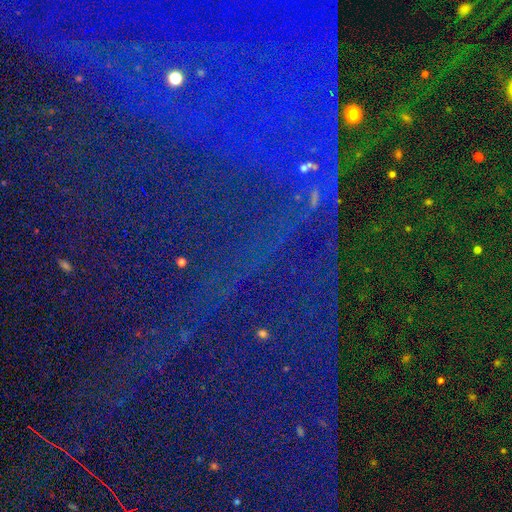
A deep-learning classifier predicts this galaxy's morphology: star or artifact 87%, featured or disk 7%, smooth 7%.